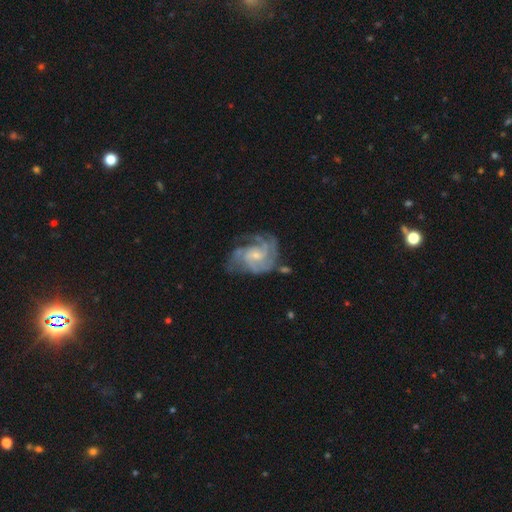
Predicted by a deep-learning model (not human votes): Smooth or featured: featured or disk — 88% (smooth — 6%)
Edge-on disk: no — 98% (yes — 2%)
Bar: no — 59% (weak — 35%)
Spiral arms: yes — 97% (no — 3%)
Spiral winding: tight — 51% (medium — 41%)
Spiral arm count: 3 — 36% (4 — 22%)
Bulge size: small — 69% (moderate — 25%)
Merging: none — 61% (minor disturbance — 22%)